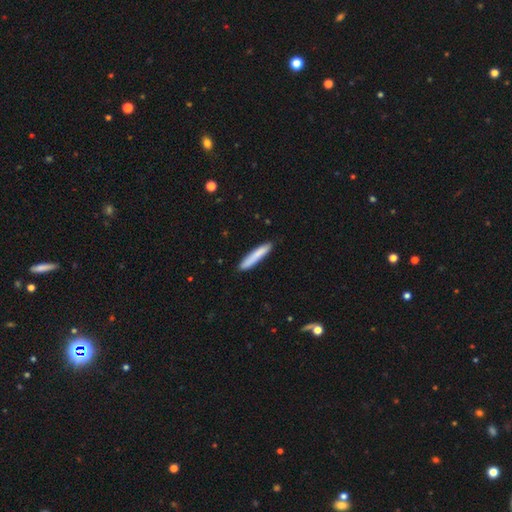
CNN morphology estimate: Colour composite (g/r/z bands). It shows a smooth galaxy with no disk features (81%) that is cigar-shaped (92%). Merging: none (88%).